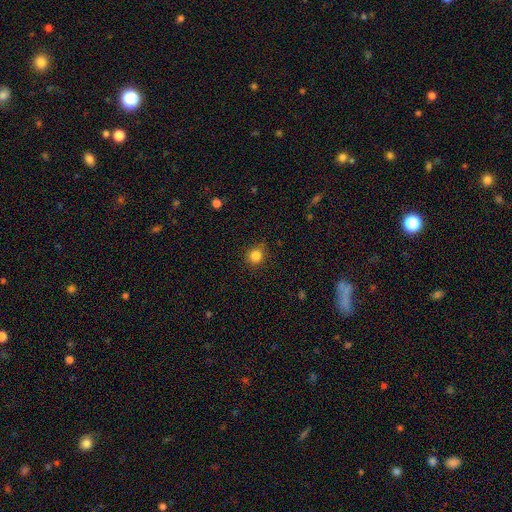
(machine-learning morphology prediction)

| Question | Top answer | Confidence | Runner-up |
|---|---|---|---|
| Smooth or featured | smooth | 84% | star or artifact (11%) |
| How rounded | round | 84% | in between (15%) |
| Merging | none | 82% | minor disturbance (14%) |